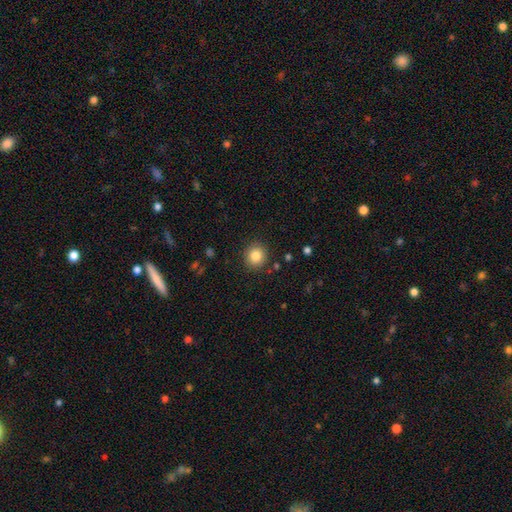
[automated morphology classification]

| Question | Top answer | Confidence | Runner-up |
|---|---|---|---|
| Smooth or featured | smooth | 84% | star or artifact (10%) |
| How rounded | round | 89% | in between (10%) |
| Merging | none | 89% | minor disturbance (7%) |